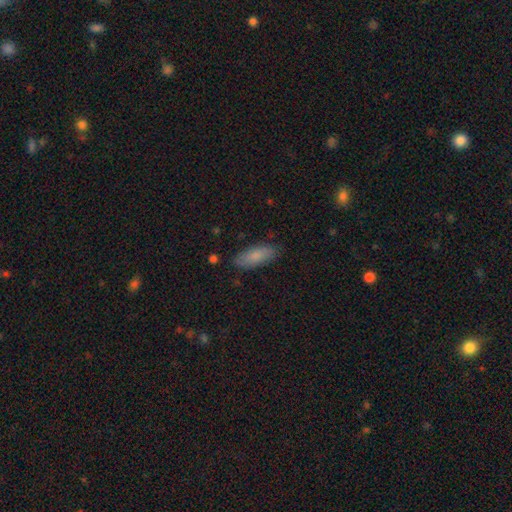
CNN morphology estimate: This is clearly a smooth galaxy (84%). How rounded: likely in between (71%). Merging: clearly none (85%).